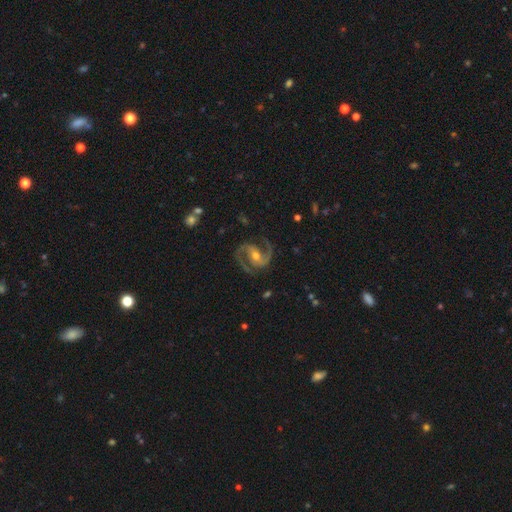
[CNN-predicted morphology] A featured or disk galaxy (93%) with a weak bar (39%), 2 (94%) medium (66%) spiral arms (98%) and a moderate central bulge (64%).

Vote fractions:
- Smooth or featured? featured or disk: 93% / star or artifact: 4% / smooth: 3%
- Edge-on disk? no: 98% / yes: 2%
- Bar? weak: 39% / no: 30% / strong: 30%
- Spiral arms? yes: 98% / no: 2%
- Spiral winding? medium: 66% / tight: 21% / loose: 13%
- Spiral arm count? 2: 94% / 3: 2% / can't tell: 1% / 1: 1% / 4: 1% / more than 4: 1%
- Bulge size? moderate: 64% / small: 30% / large: 4% / none: 1% / dominant: 1%
- Merging? none: 82% / minor disturbance: 12% / major disturbance: 5% / merger: 1%